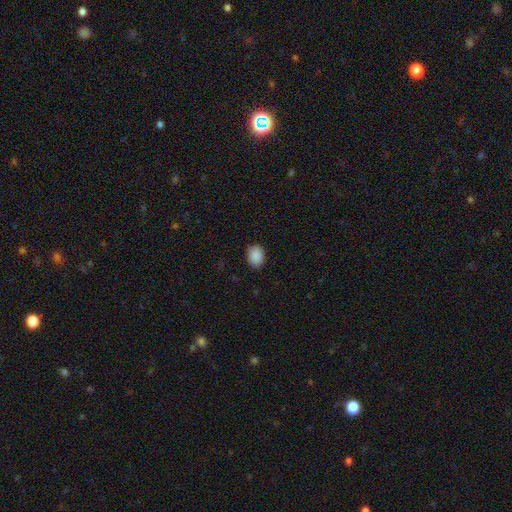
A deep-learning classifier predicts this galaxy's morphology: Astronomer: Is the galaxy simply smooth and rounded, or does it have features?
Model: smooth — 90%.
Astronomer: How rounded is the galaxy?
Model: in between — 69%.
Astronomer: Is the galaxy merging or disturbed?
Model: none — 88%.